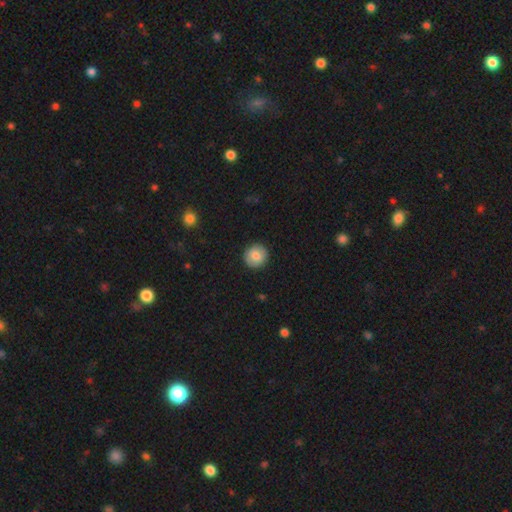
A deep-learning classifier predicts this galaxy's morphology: A smooth galaxy with no disk features (81%) that is round (91%).

Vote fractions:
- Smooth or featured? smooth: 81% / featured or disk: 12% / star or artifact: 8%
- How rounded? round: 91% / in between: 8% / cigar-shaped: 1%
- Merging? none: 91% / minor disturbance: 6% / major disturbance: 2% / merger: 1%